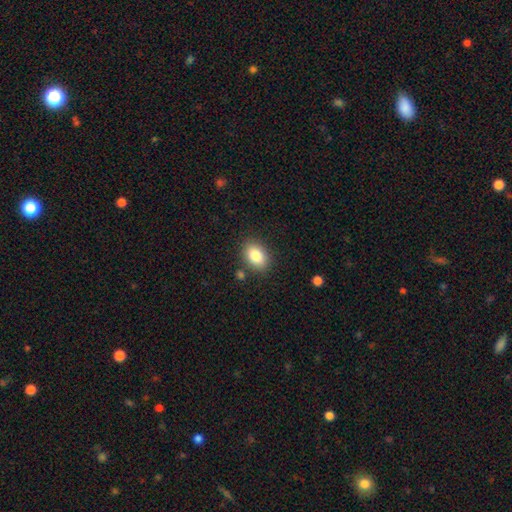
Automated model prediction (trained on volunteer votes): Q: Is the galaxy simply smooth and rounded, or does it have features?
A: smooth — 84%.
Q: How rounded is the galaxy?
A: in between — 78%.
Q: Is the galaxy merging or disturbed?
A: none — 84%.